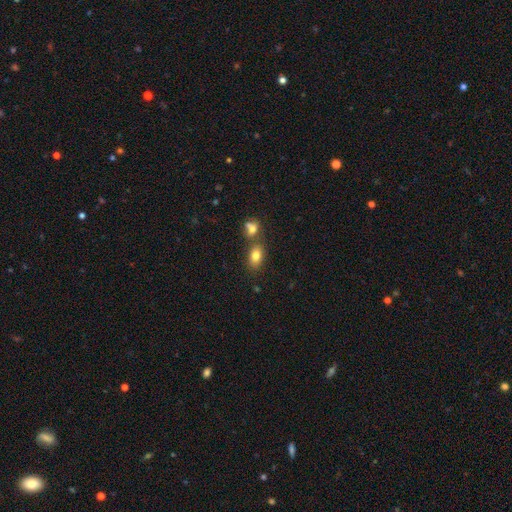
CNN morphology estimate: Smooth or featured? smooth (80%)
How rounded? in between (82%)
Merging? none (62%)